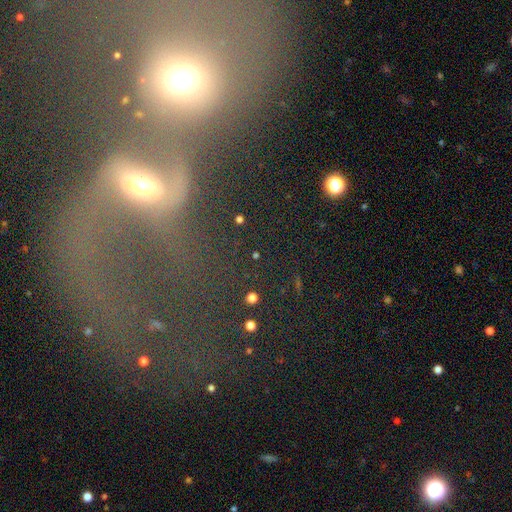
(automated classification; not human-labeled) star or artifact 53%, smooth 27%, featured or disk 19%.